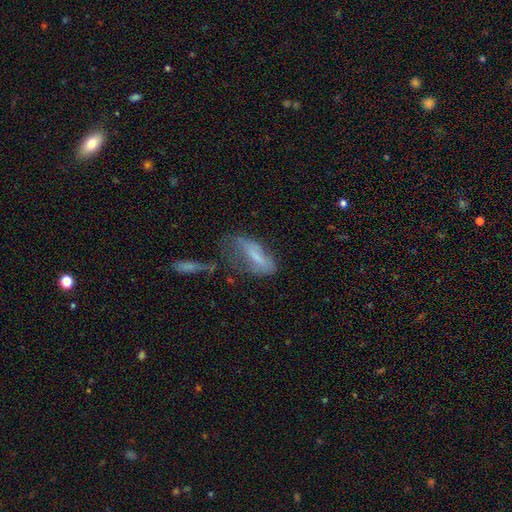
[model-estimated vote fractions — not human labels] smooth-or-featured: smooth: 54% | featured or disk: 34% | star or artifact: 12%
  how-rounded: in between: 70% | cigar-shaped: 27% | round: 3%
  merging: none: 31% (tied) | major disturbance: 31% (tied) | minor disturbance: 27% | merger: 11%